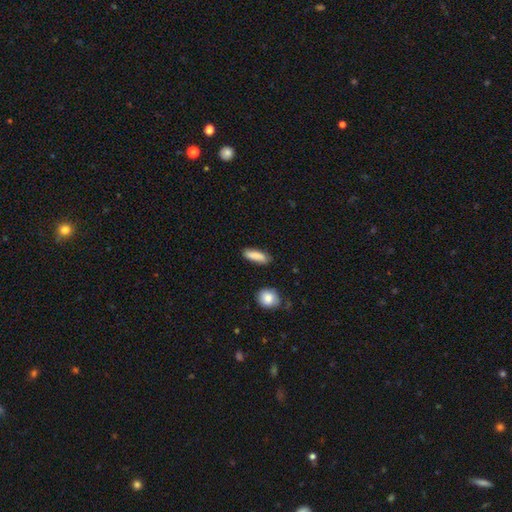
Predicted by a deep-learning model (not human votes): smooth 87%, featured or disk 7%, star or artifact 6%. Down the decision tree: how rounded — cigar-shaped (49%); merging — none (82%).